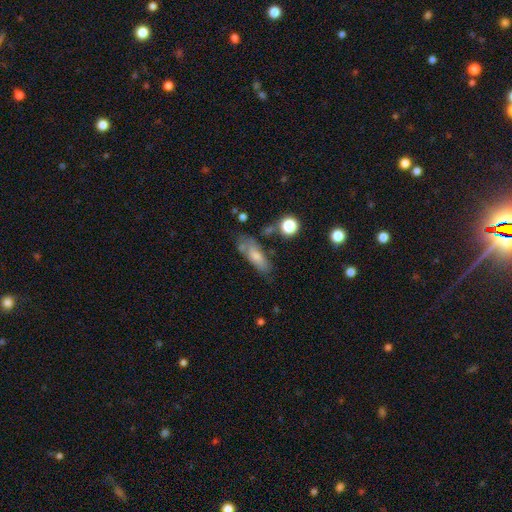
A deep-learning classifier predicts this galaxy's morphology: Smooth or featured? Predicted: smooth (p=0.56). How rounded? Predicted: in between (p=0.59). Merging? Predicted: none (p=0.57).